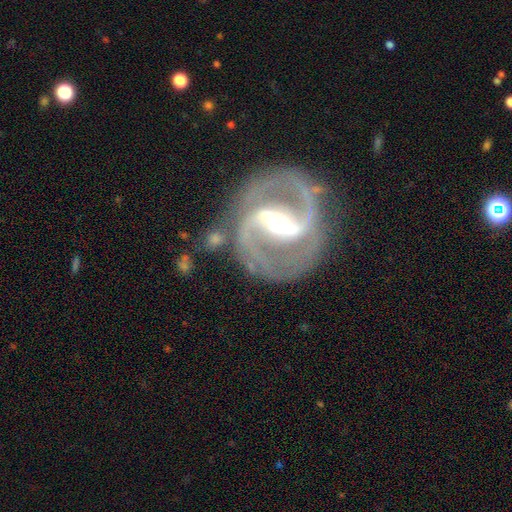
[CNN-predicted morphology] smooth_or_featured: featured or disk (p=0.92) [alt: star or artifact p=0.05]
disk_edge_on: no (p=0.97) [alt: yes p=0.03]
bar: strong (p=0.68) [alt: weak p=0.25]
has_spiral_arms: yes (p=0.97) [alt: no p=0.03]
spiral_winding: medium (p=0.57) [alt: tight p=0.31]
spiral_arm_count: 2 (p=0.92) [alt: 3 p=0.02]
bulge_size: moderate (p=0.63) [alt: small p=0.21]
merging: none (p=0.79) [alt: minor disturbance p=0.12]